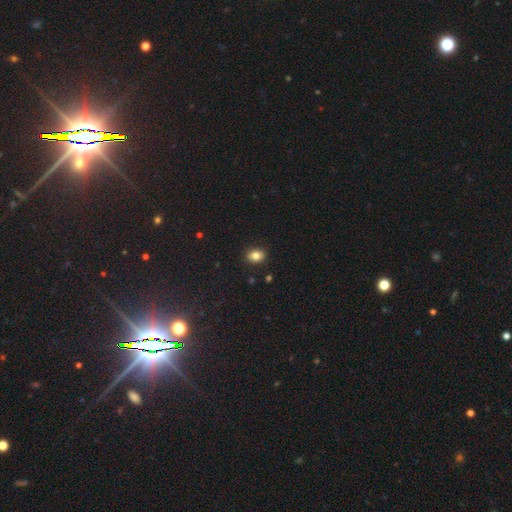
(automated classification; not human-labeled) A smooth galaxy with no disk features (83%) that is in between round and cigar-shaped (67%).

Vote fractions:
- Smooth or featured? smooth: 83% / star or artifact: 10% / featured or disk: 7%
- How rounded? in between: 67% / round: 32% / cigar-shaped: 1%
- Merging? none: 89% / minor disturbance: 8% / major disturbance: 2% / merger: 1%